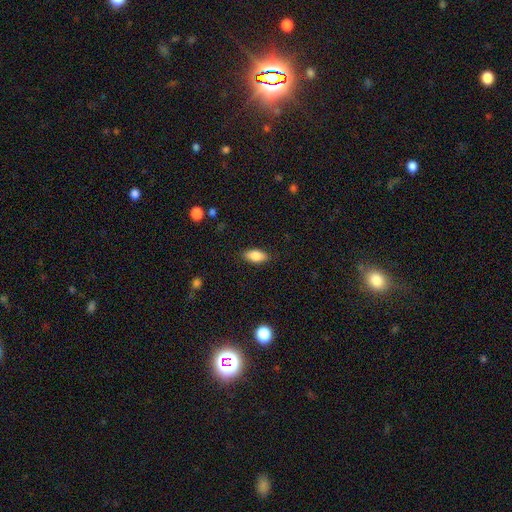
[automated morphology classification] Overall: smooth (84%). How rounded: in between (89%). Merging: none (86%).